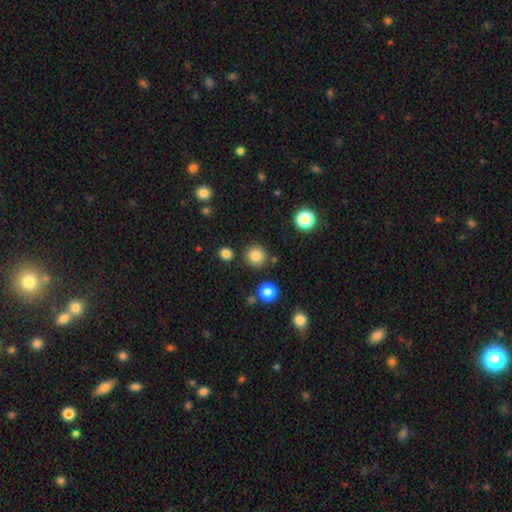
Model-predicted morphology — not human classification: Smooth or featured?
  - smooth: 84% *
  - star or artifact: 12%
  - featured or disk: 5%
How rounded?
  - round: 94% *
  - in between: 5%
  - cigar-shaped: 1%
Merging?
  - none: 87% *
  - minor disturbance: 7%
  - merger: 4%
  - major disturbance: 2%